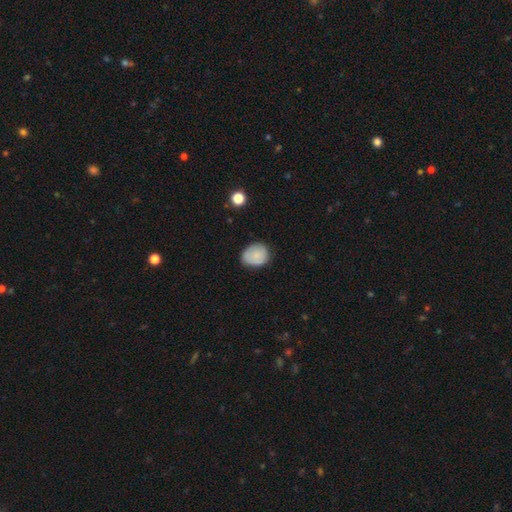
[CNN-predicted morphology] type=smooth (80%); roundness=round (56%); merging=none (75%).